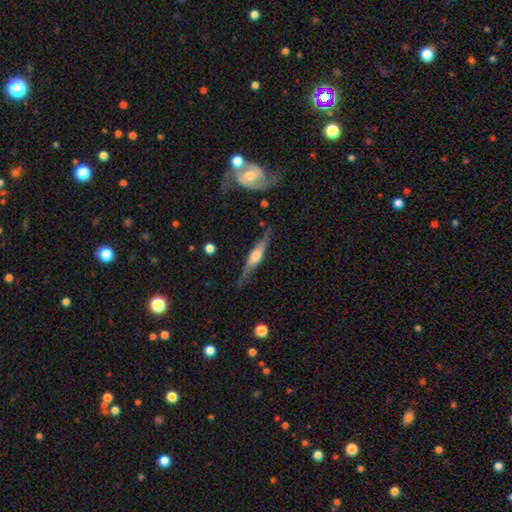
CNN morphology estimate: Smooth or featured: featured or disk — 69% (smooth — 25%)
Edge-on disk: yes — 95% (no — 5%)
Edge-on bulge: rounded — 79% (boxy — 16%)
Merging: none — 80% (minor disturbance — 14%)